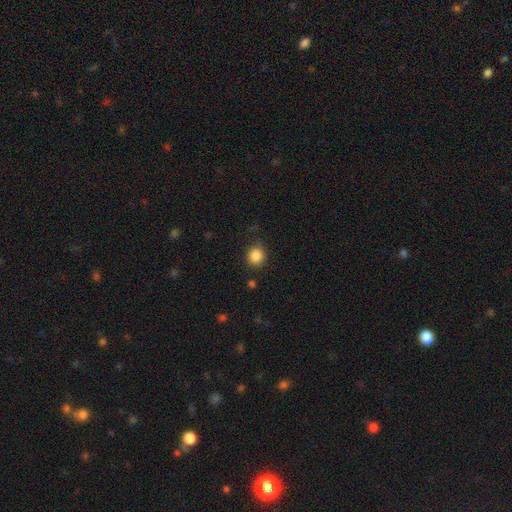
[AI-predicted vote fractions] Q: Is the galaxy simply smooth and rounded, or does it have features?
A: smooth — 86%.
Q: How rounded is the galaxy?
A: round — 85%.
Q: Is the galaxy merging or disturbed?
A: none — 83%.